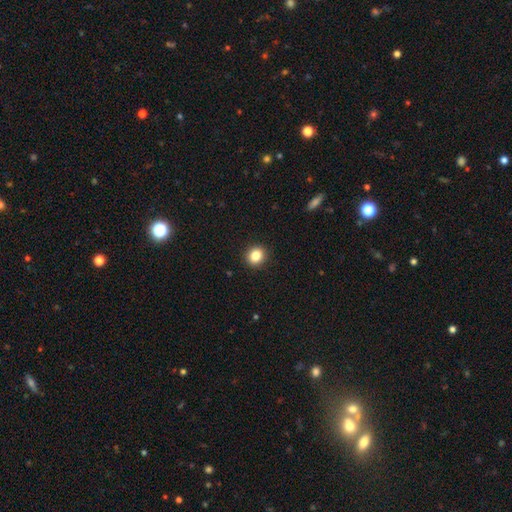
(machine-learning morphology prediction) A smooth galaxy with no disk features (84%) that is round (80%).

Vote fractions:
- Smooth or featured? smooth: 84% / star or artifact: 10% / featured or disk: 6%
- How rounded? round: 80% / in between: 20% / cigar-shaped: 1%
- Merging? none: 92% / minor disturbance: 5% / major disturbance: 2% / merger: 1%